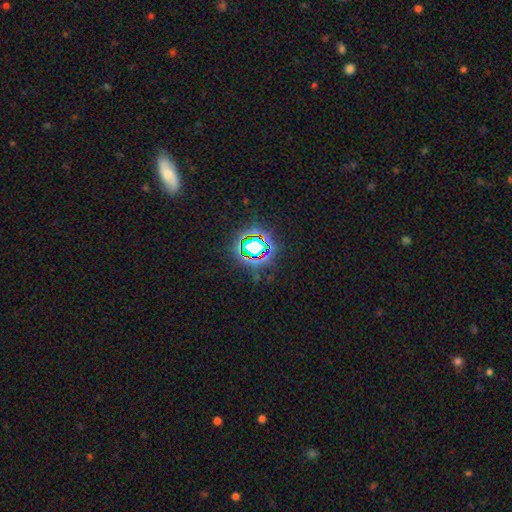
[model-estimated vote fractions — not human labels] star or artifact 77%, smooth 15%, featured or disk 8%.